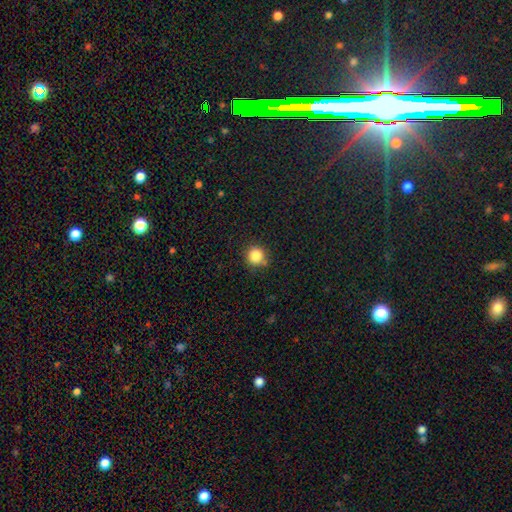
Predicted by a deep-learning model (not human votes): Smooth or featured? Predicted: smooth (p=0.85). How rounded? Predicted: round (p=0.92). Merging? Predicted: none (p=0.75).